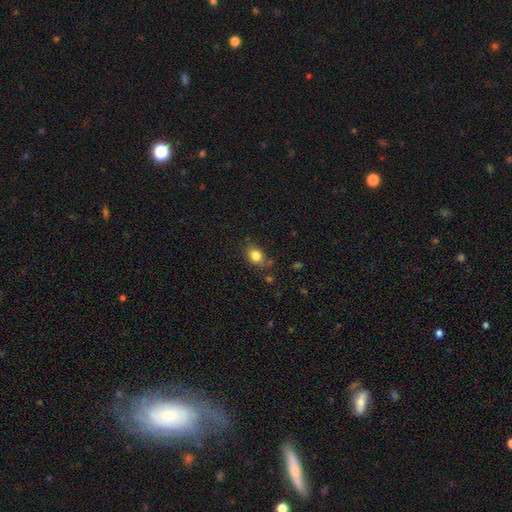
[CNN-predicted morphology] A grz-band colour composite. It shows a smooth galaxy with no disk features (83%) that is round (53%). Merging: none (73%).